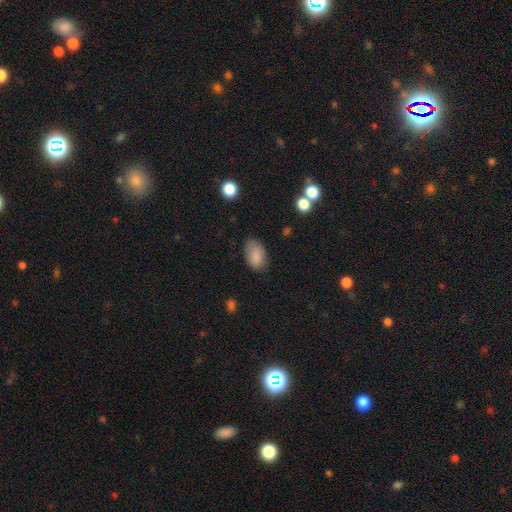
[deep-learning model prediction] Overall: smooth (87%). How rounded: in between (91%). Merging: none (72%).